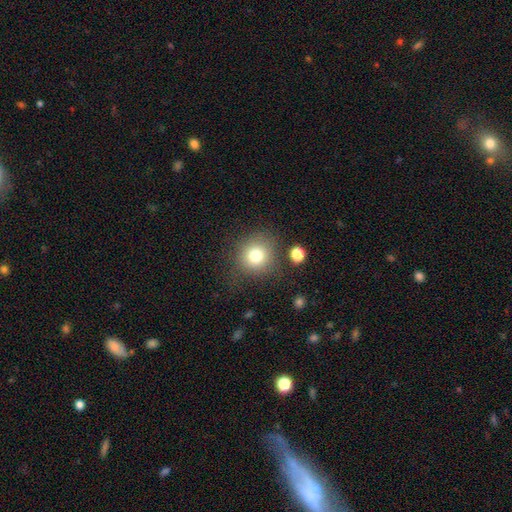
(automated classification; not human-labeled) Smooth or featured: smooth — 78% (star or artifact — 12%)
How rounded: round — 88% (in between — 11%)
Merging: none — 76% (minor disturbance — 13%)